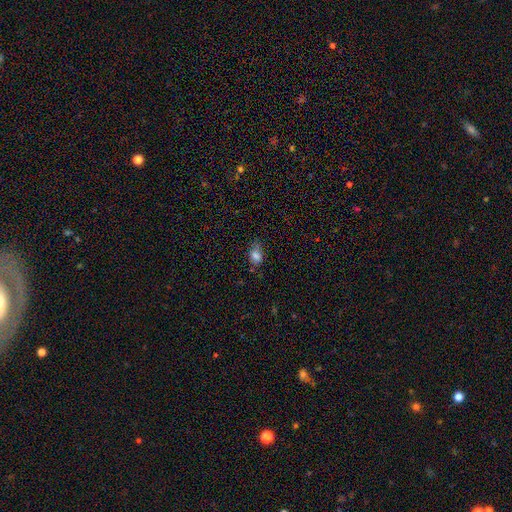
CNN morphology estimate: A smooth galaxy with no disk features (76%) that is in between round and cigar-shaped (73%).

Vote fractions:
- Smooth or featured? smooth: 76% / star or artifact: 15% / featured or disk: 9%
- How rounded? in between: 73% / round: 25% / cigar-shaped: 2%
- Merging? none: 57% / minor disturbance: 28% / major disturbance: 9% / merger: 5%